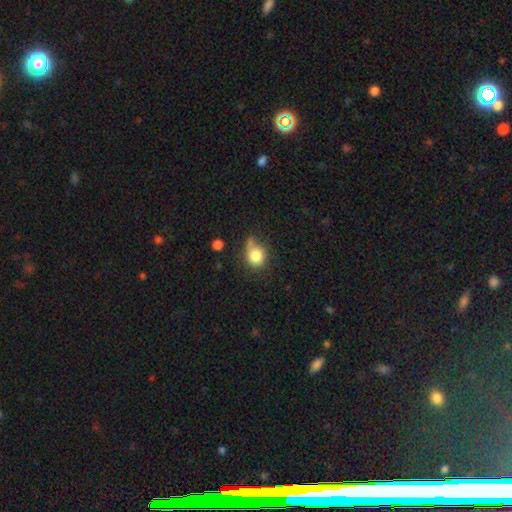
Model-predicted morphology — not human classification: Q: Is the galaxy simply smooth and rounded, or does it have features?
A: smooth — 81%.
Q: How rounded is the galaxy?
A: round — 68%.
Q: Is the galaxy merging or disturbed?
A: none — 46%.